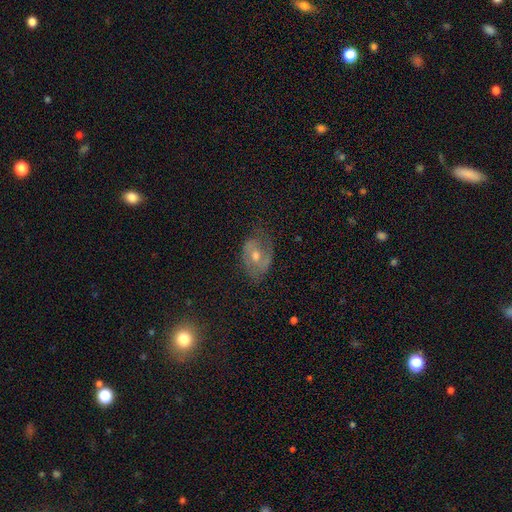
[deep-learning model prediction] Smooth or featured: featured or disk — 68% (smooth — 21%)
Edge-on disk: no — 95% (yes — 5%)
Bar: no — 56% (weak — 34%)
Spiral arms: yes — 78% (no — 22%)
Spiral winding: medium — 43% (tight — 35%)
Spiral arm count: 2 — 64% (can't tell — 21%)
Bulge size: moderate — 66% (small — 29%)
Merging: none — 64% (minor disturbance — 22%)